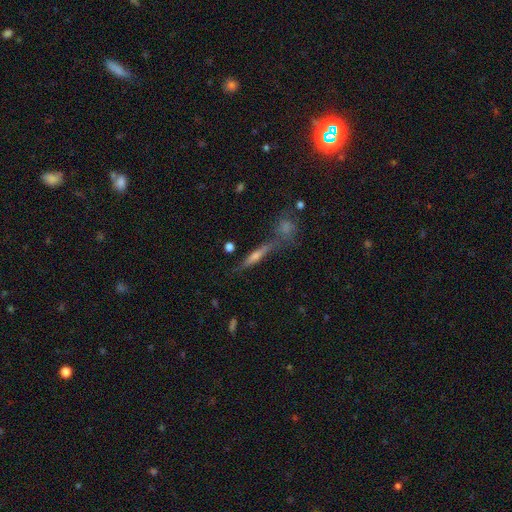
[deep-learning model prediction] A featured or disk galaxy (46%).

Vote fractions:
- Smooth or featured? featured or disk: 46% / smooth: 27% / star or artifact: 26%
- Merging? none: 58% / merger: 23% / minor disturbance: 11% / major disturbance: 7%